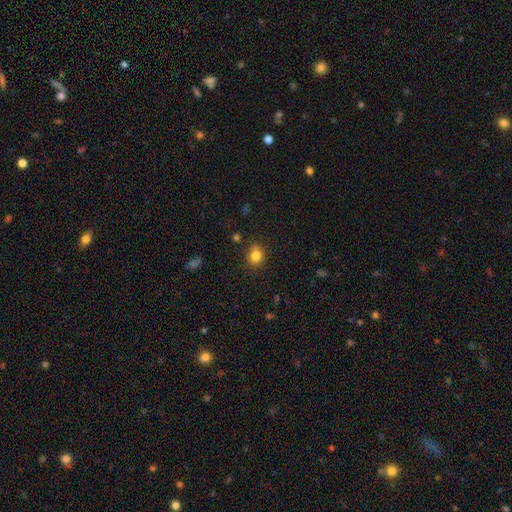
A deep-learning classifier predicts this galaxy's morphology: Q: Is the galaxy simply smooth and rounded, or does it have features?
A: smooth — 83%.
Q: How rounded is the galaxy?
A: round — 65%.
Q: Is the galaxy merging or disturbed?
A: none — 79%.